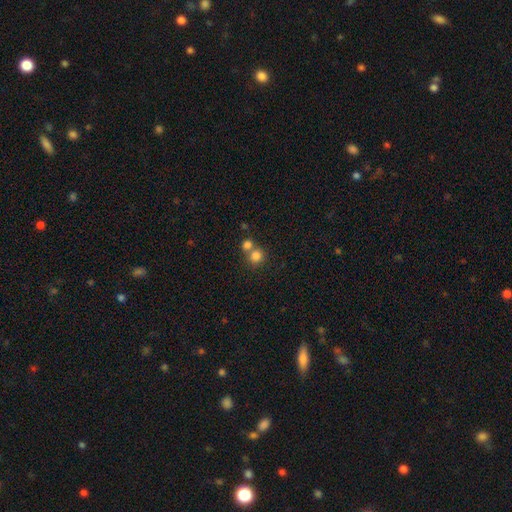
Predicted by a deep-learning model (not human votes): Smooth or featured?
  - smooth: 80% *
  - star or artifact: 12%
  - featured or disk: 8%
How rounded?
  - round: 88% *
  - in between: 11%
  - cigar-shaped: 1%
Merging?
  - none: 48% *
  - merger: 43%
  - minor disturbance: 6%
  - major disturbance: 3%